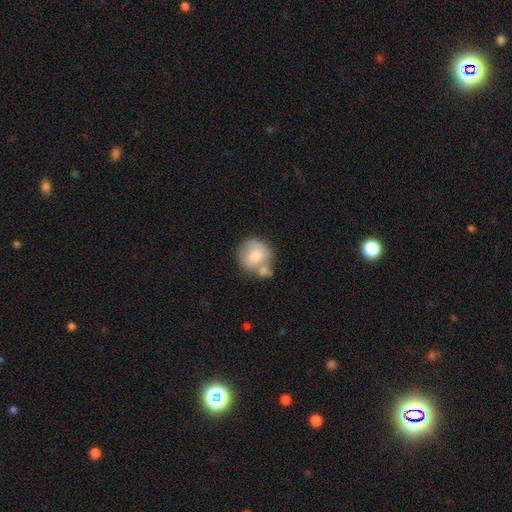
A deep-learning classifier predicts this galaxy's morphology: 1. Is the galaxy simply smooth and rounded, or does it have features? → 73% smooth, 20% featured or disk, 7% star or artifact.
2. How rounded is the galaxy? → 87% round, 12% in between, 1% cigar-shaped.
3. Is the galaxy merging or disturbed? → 42% none, 37% merger, 15% minor disturbance, 6% major disturbance.